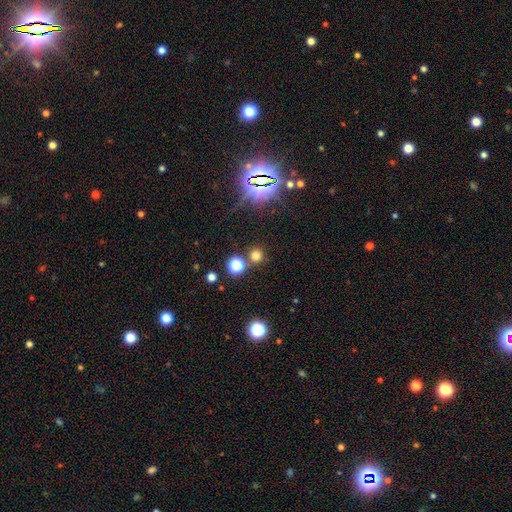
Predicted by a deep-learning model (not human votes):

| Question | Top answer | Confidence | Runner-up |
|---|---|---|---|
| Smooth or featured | smooth | 68% | star or artifact (26%) |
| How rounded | round | 92% | in between (7%) |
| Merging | none | 80% | merger (11%) |